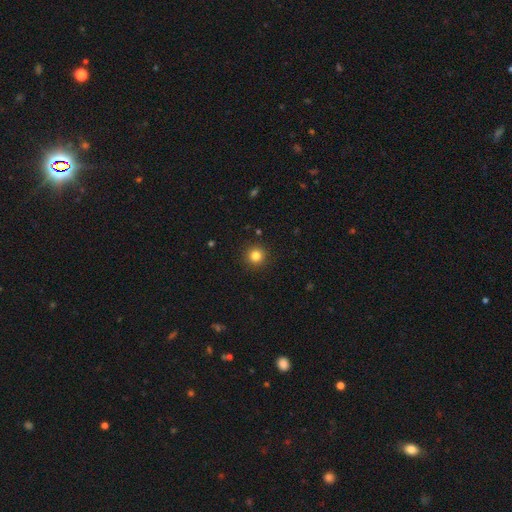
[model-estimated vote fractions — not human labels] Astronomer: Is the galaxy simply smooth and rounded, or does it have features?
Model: smooth — 83%.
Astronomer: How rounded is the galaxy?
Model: round — 95%.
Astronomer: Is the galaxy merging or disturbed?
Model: none — 92%.